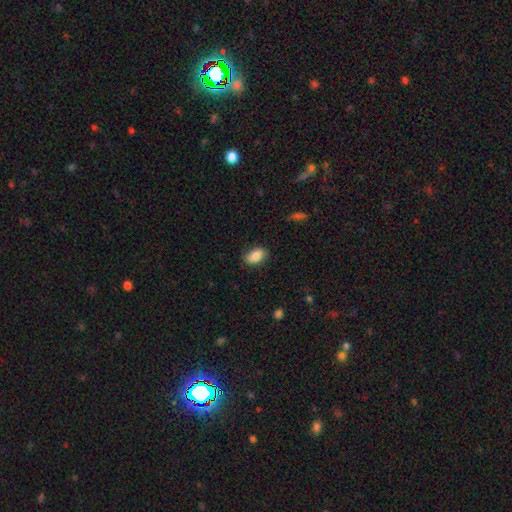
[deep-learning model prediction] This is clearly a smooth galaxy (85%). How rounded: clearly in between (90%). Merging: clearly none (84%).